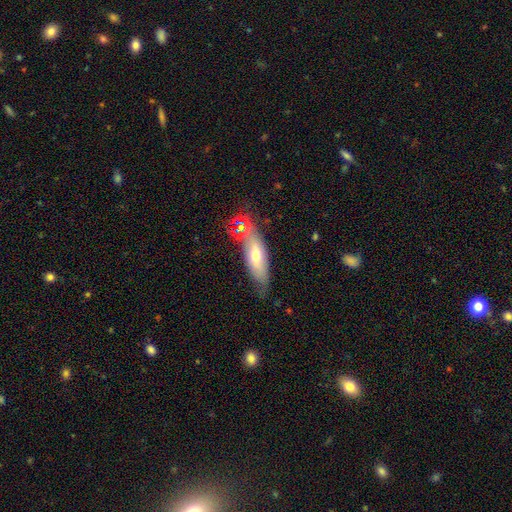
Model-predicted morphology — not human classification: Q: Smooth or featured?
A: smooth (54%); runner-up: featured or disk (36%)
Q: How rounded?
A: in between (61%); runner-up: cigar-shaped (35%)
Q: Merging?
A: none (62%); runner-up: minor disturbance (21%)